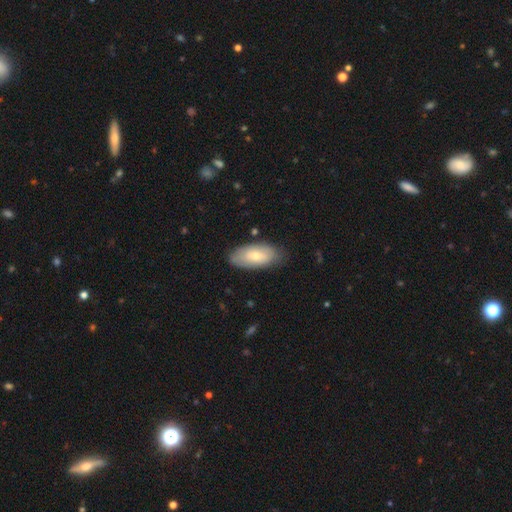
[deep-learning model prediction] Smooth or featured? smooth (63%)
How rounded? in between (93%)
Merging? none (77%)